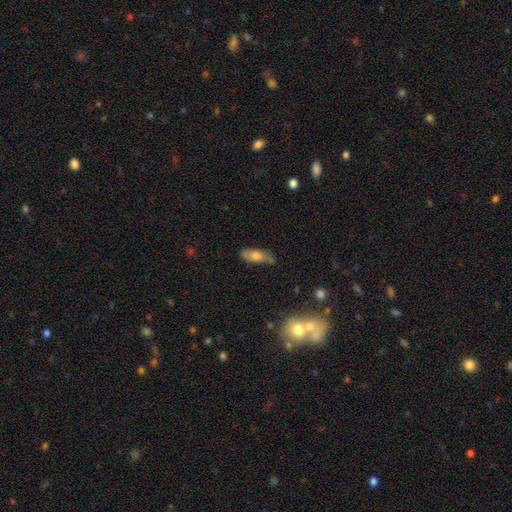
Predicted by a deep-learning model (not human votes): Smooth or featured: smooth — 61% (featured or disk — 30%)
How rounded: in between — 67% (cigar-shaped — 30%)
Merging: none — 75% (minor disturbance — 18%)